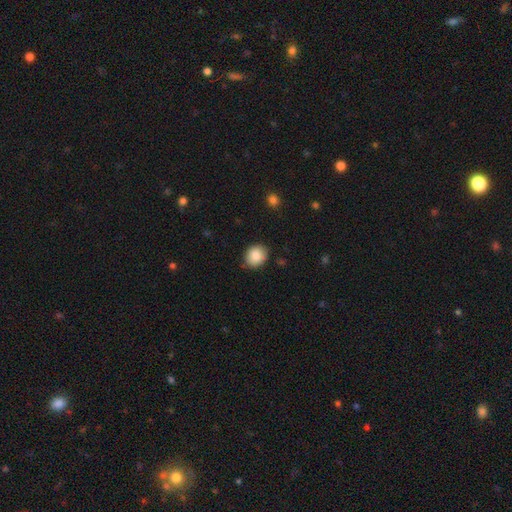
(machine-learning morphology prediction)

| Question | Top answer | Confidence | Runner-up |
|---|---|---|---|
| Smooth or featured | smooth | 86% | star or artifact (8%) |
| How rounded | round | 68% | in between (31%) |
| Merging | none | 84% | minor disturbance (12%) |